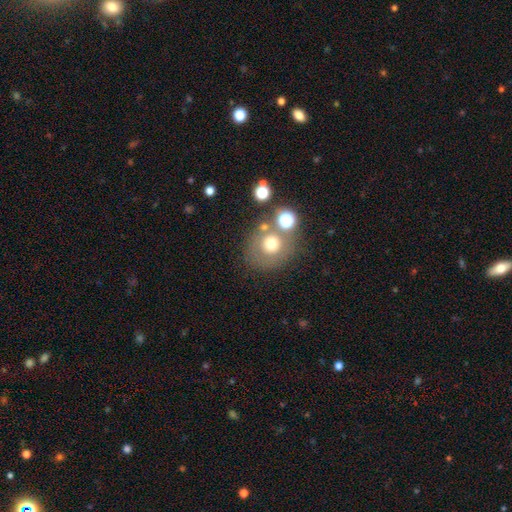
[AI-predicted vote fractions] smooth-or-featured: smooth: 54% | star or artifact: 23% | featured or disk: 22%
  how-rounded: round: 79% | in between: 20% | cigar-shaped: 1%
  merging: none: 62% | merger: 19% | minor disturbance: 12% | major disturbance: 6%